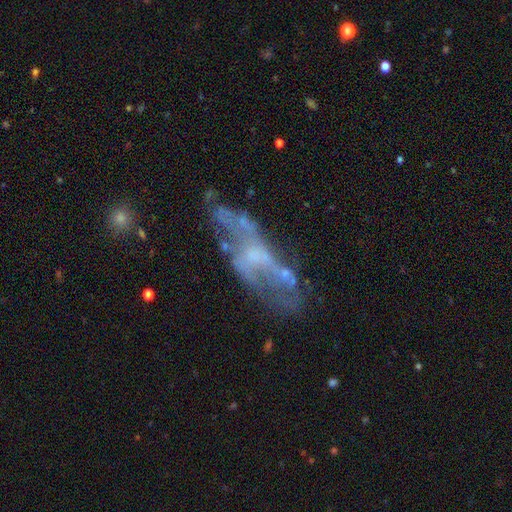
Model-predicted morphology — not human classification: Q: Smooth or featured?
A: featured or disk (70%); runner-up: smooth (17%)
Q: Edge-on disk?
A: no (83%); runner-up: yes (17%)
Q: Bar?
A: no (71%); runner-up: weak (22%)
Q: Spiral arms?
A: no (64%); runner-up: yes (36%)
Q: Bulge size?
A: none (45%); runner-up: small (35%)
Q: Merging?
A: none (49%); runner-up: major disturbance (22%)